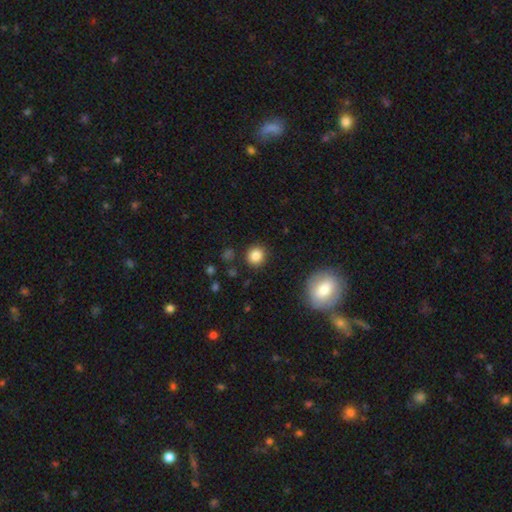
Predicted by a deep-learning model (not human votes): Overall: smooth (85%). How rounded: round (86%). Merging: none (88%).